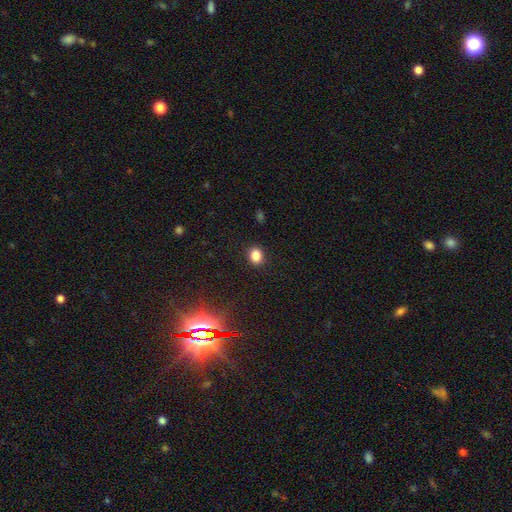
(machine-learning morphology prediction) The model was most divided on "how rounded": round: 50%, in between: 49%, cigar-shaped: 1%. More confident: merging — none (90%); smooth or featured — smooth (84%).